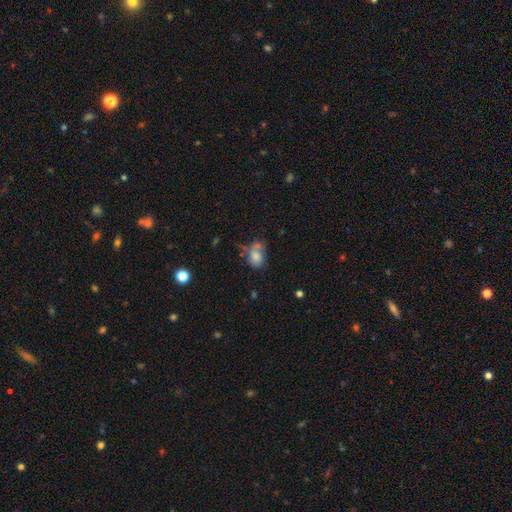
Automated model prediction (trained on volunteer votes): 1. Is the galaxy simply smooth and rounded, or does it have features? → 73% smooth, 16% featured or disk, 11% star or artifact.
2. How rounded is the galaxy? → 68% in between, 31% round, 1% cigar-shaped.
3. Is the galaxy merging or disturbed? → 35% none, 28% merger, 23% minor disturbance, 14% major disturbance.